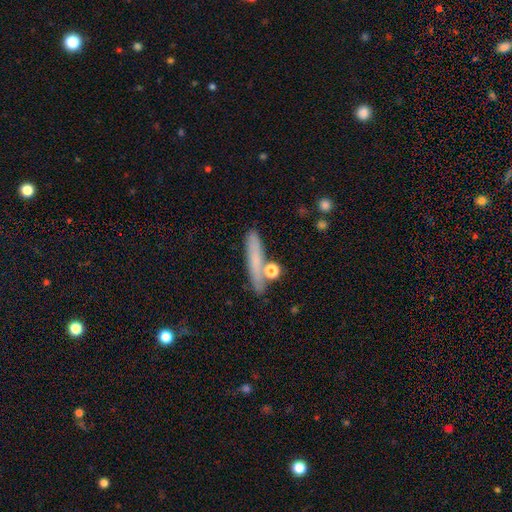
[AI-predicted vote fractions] This is likely a smooth galaxy (64%). How rounded: clearly cigar-shaped (86%). Merging: likely none (72%).